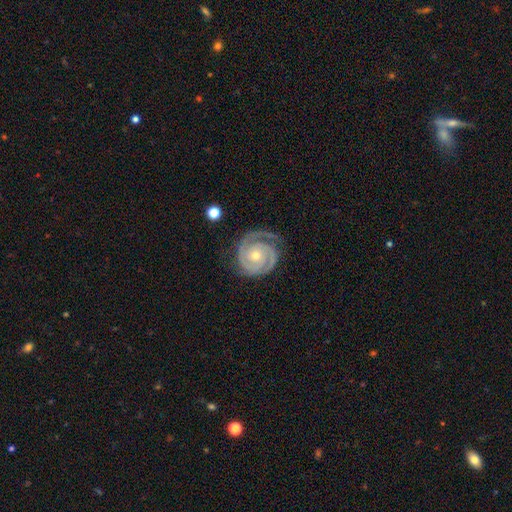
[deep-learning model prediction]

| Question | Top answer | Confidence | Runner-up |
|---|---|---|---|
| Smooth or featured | featured or disk | 92% | star or artifact (4%) |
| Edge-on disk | no | 98% | yes (2%) |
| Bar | no | 73% | weak (20%) |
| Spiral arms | yes | 99% | no (1%) |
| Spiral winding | tight | 80% | medium (18%) |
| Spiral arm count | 2 | 79% | 3 (10%) |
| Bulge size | small | 50% | moderate (47%) |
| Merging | none | 77% | minor disturbance (16%) |